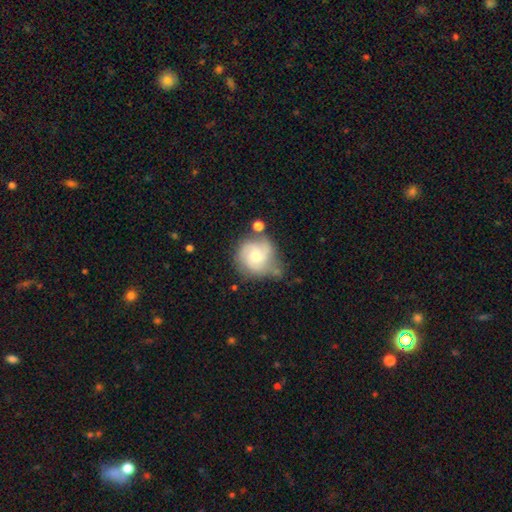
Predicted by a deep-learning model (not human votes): A featured or disk galaxy (49%). Merging: none (46%).